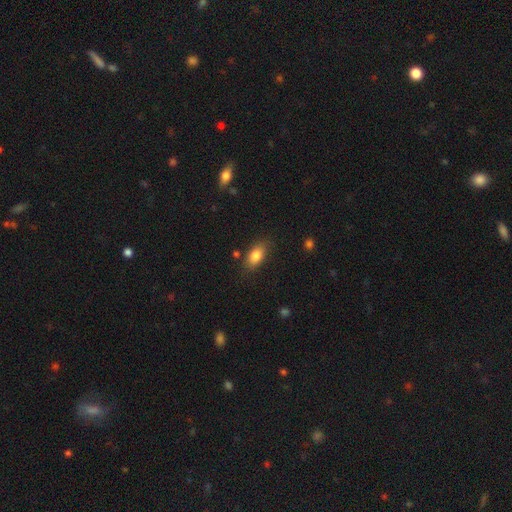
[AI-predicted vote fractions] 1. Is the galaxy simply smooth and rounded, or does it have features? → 82% smooth, 10% featured or disk, 8% star or artifact.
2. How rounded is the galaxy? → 87% in between, 7% round, 5% cigar-shaped.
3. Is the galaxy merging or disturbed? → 80% none, 14% minor disturbance, 3% major disturbance, 3% merger.